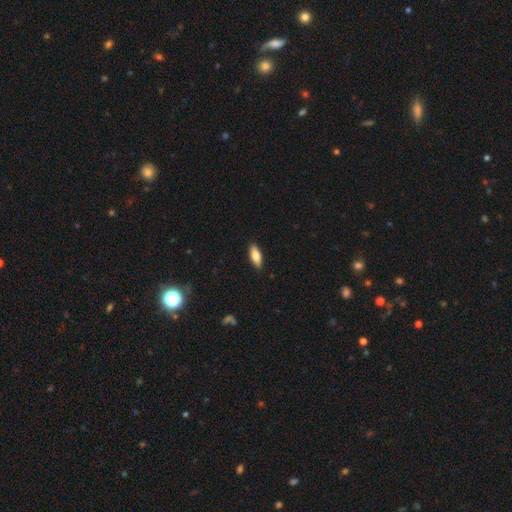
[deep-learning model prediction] The model was most divided on "how rounded": in between: 74%, cigar-shaped: 24%, round: 2%. More confident: merging — none (89%); smooth or featured — smooth (78%).